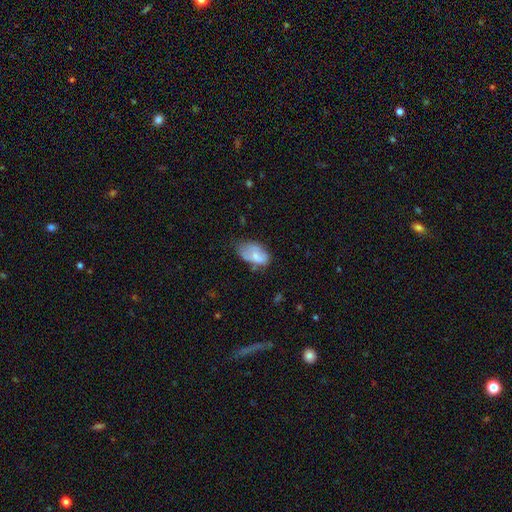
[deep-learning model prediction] smooth 69%, featured or disk 23%, star or artifact 8%. Down the decision tree: how rounded — in between (92%); merging — none (42%).